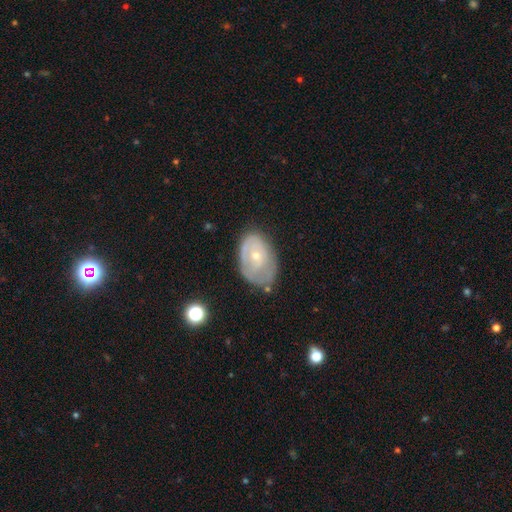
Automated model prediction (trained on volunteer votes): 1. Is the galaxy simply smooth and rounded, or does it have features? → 60% featured or disk, 34% smooth, 7% star or artifact.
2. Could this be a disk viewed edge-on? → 94% no, 6% yes.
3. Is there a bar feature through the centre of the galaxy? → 81% no, 16% weak, 3% strong.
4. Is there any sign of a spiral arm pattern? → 51% yes, 49% no.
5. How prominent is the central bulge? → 62% small, 34% moderate, 1% large, 1% none, 1% dominant.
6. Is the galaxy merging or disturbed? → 56% none, 29% minor disturbance, 12% major disturbance, 3% merger.